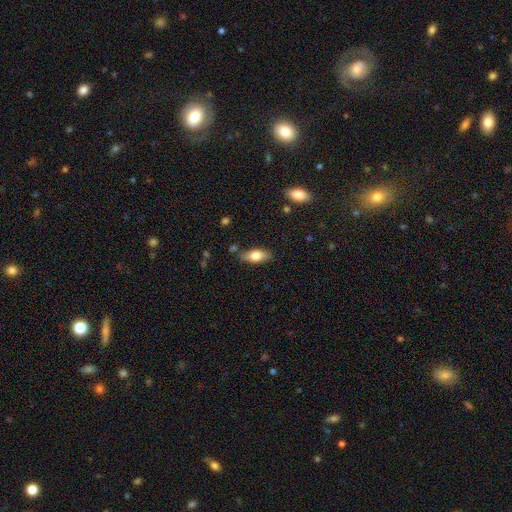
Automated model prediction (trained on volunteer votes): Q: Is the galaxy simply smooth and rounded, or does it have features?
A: smooth — 70%.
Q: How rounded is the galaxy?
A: in between — 78%.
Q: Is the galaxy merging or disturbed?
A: none — 79%.